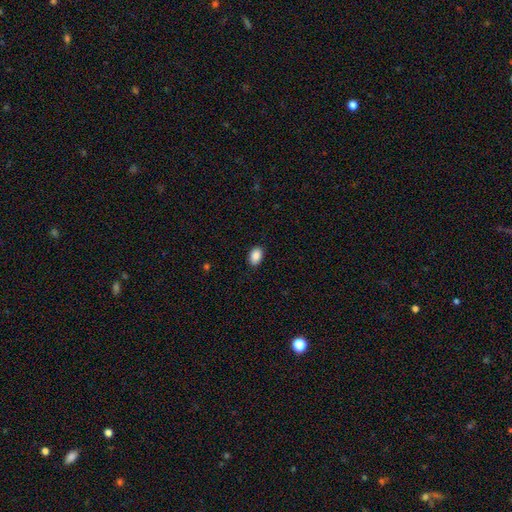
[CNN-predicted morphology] type=smooth (90%); roundness=in between (87%); merging=none (87%).